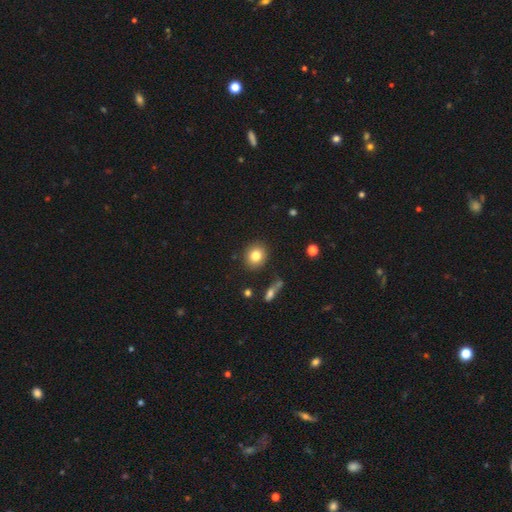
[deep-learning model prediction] This appears to be a smooth galaxy with no disk features (81%) that is round (77%). Merging: none (88%).